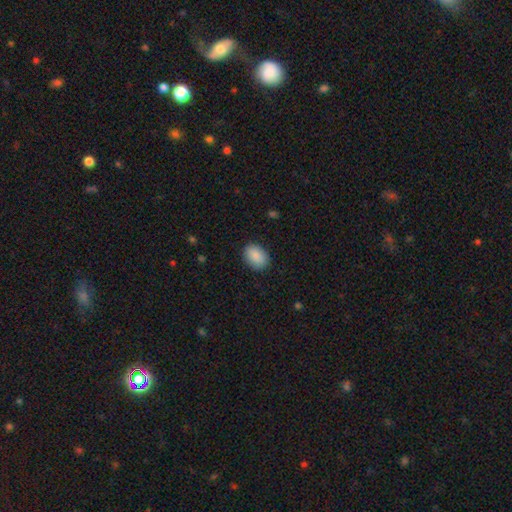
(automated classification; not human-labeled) smooth-or-featured: smooth: 89% | star or artifact: 7% | featured or disk: 5%
  how-rounded: in between: 78% | round: 20% | cigar-shaped: 1%
  merging: none: 87% | minor disturbance: 9% | major disturbance: 2% | merger: 1%